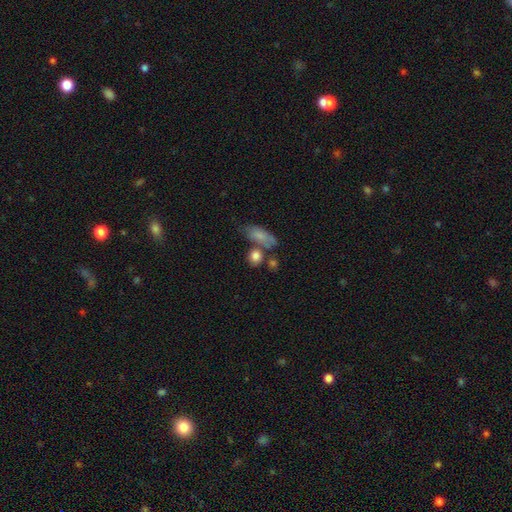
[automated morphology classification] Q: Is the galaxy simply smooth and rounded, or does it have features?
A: smooth — 82%.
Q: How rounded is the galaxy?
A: round — 60%.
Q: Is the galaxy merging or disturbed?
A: none — 59%.